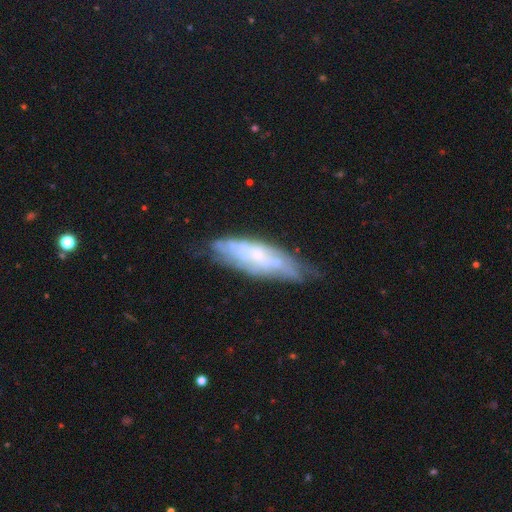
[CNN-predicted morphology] type=featured or disk (62%); edge-on=no (70%); merging=none (60%).